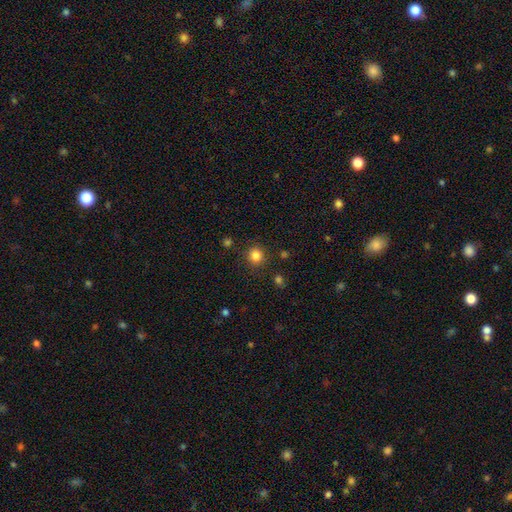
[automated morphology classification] Smooth or featured: smooth — 83% (star or artifact — 12%)
How rounded: round — 90% (in between — 10%)
Merging: none — 88% (minor disturbance — 7%)